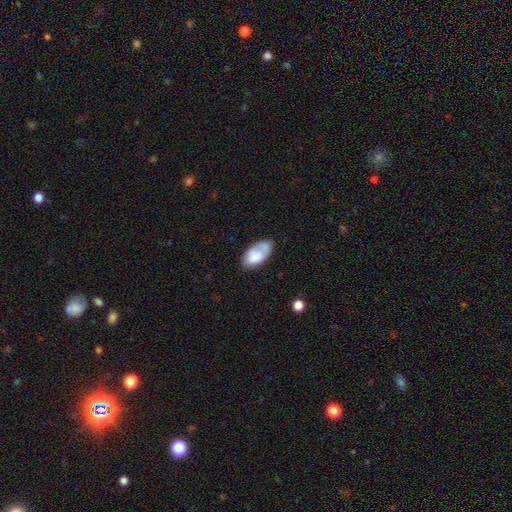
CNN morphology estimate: A smooth galaxy with no disk features (72%) that is in between round and cigar-shaped (94%).

Vote fractions:
- Smooth or featured? smooth: 72% / featured or disk: 21% / star or artifact: 7%
- How rounded? in between: 94% / round: 3% / cigar-shaped: 2%
- Merging? none: 57% / minor disturbance: 26% / major disturbance: 10% / merger: 6%